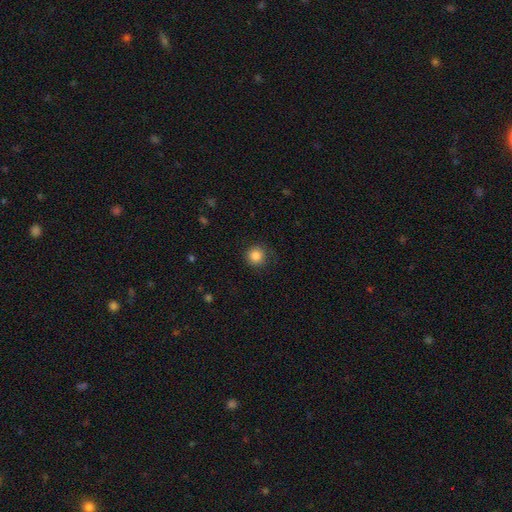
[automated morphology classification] type=smooth (85%); roundness=round (94%); merging=none (83%).